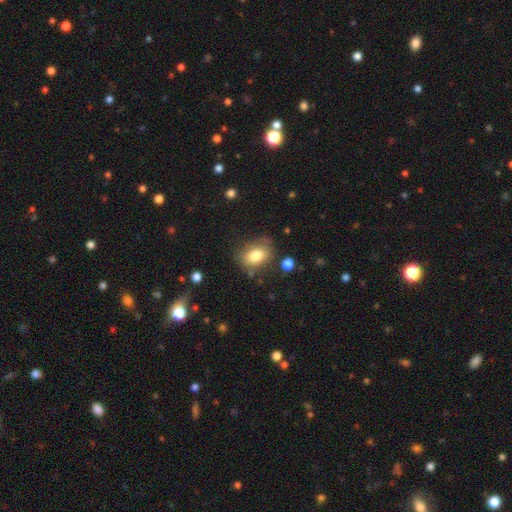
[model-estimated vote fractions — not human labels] Q: Smooth or featured?
A: smooth (80%); runner-up: featured or disk (12%)
Q: How rounded?
A: in between (74%); runner-up: round (25%)
Q: Merging?
A: none (67%); runner-up: minor disturbance (22%)